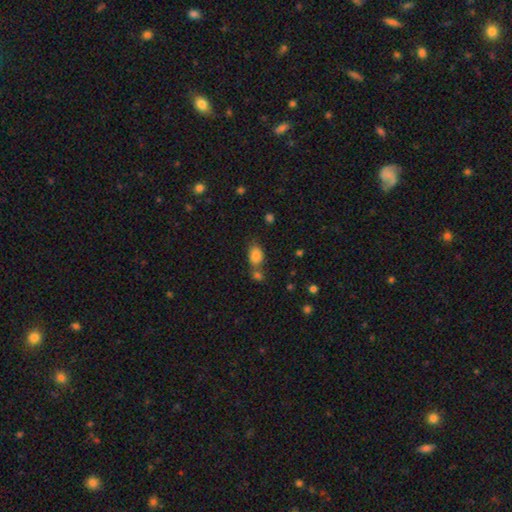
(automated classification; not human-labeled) Smooth or featured? smooth (83%)
How rounded? in between (76%)
Merging? none (51%)